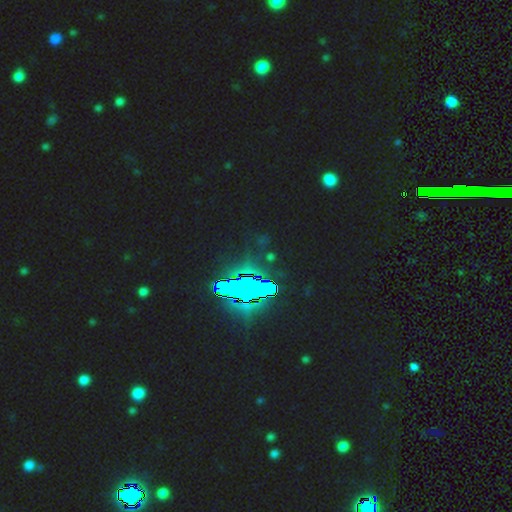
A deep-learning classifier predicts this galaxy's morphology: A star or artifact, not a galaxy (86%).